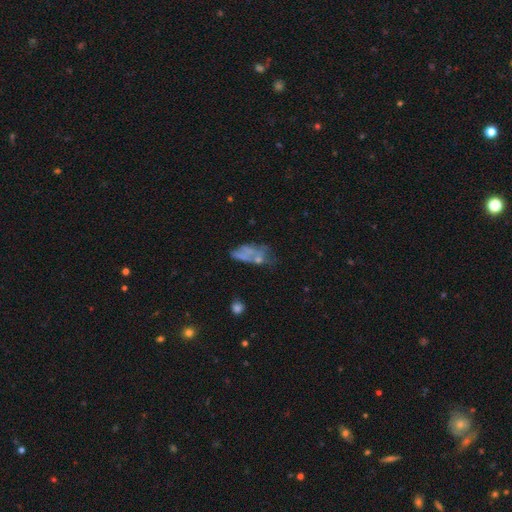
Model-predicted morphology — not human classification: This is possibly a featured or disk galaxy (47%). Merging: marginally none (37%).